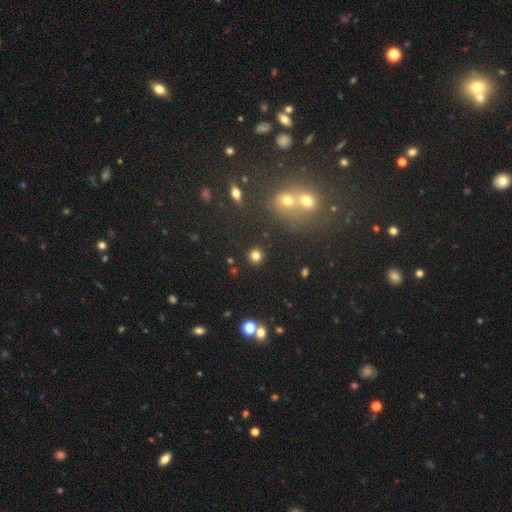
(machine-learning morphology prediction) A smooth galaxy with no disk features (80%) that is round (92%).

Vote fractions:
- Smooth or featured? smooth: 80% / star or artifact: 15% / featured or disk: 5%
- How rounded? round: 92% / in between: 7% / cigar-shaped: 1%
- Merging? none: 90% / minor disturbance: 5% / merger: 3% / major disturbance: 2%